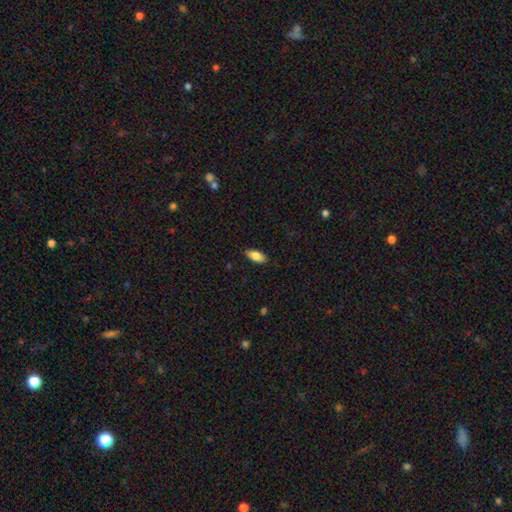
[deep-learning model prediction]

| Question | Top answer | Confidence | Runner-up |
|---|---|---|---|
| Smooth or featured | smooth | 84% | featured or disk (9%) |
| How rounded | in between | 89% | cigar-shaped (9%) |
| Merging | none | 86% | minor disturbance (11%) |